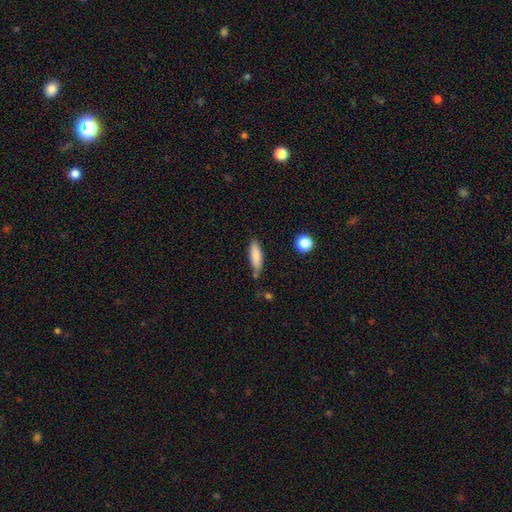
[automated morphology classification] smooth 85%, featured or disk 8%, star or artifact 7%. Down the decision tree: how rounded — cigar-shaped (53%); merging — none (69%).